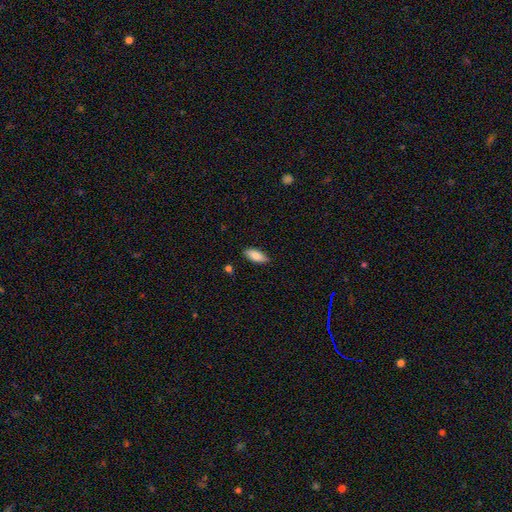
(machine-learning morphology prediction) Smooth or featured: smooth — 85% (featured or disk — 9%)
How rounded: in between — 81% (cigar-shaped — 17%)
Merging: none — 85% (minor disturbance — 12%)